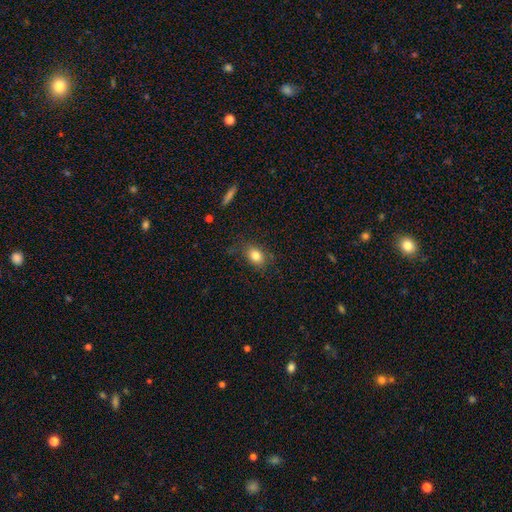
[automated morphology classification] A smooth galaxy with no disk features (82%) that is in between round and cigar-shaped (69%). Merging: none (78%).